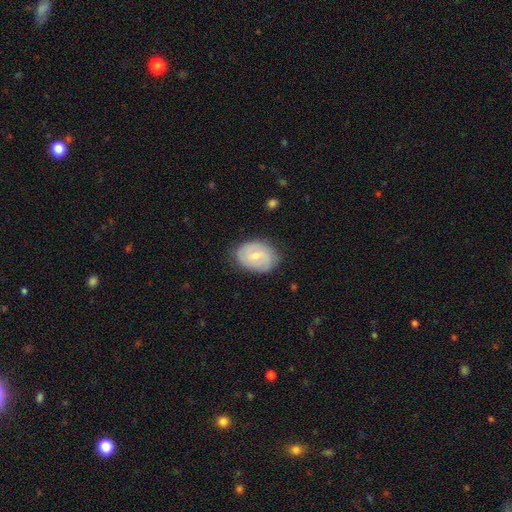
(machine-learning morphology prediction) Smooth or featured? smooth (48%)
Merging? none (77%)